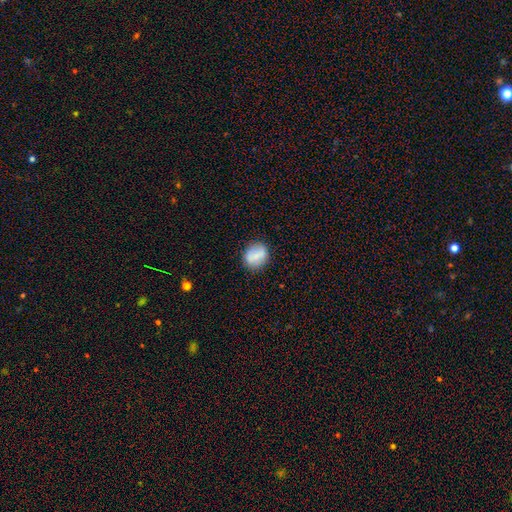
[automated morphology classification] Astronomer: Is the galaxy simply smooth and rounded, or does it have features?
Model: smooth — 77%.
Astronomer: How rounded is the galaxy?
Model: round — 63%.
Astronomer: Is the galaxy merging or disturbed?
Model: none — 81%.